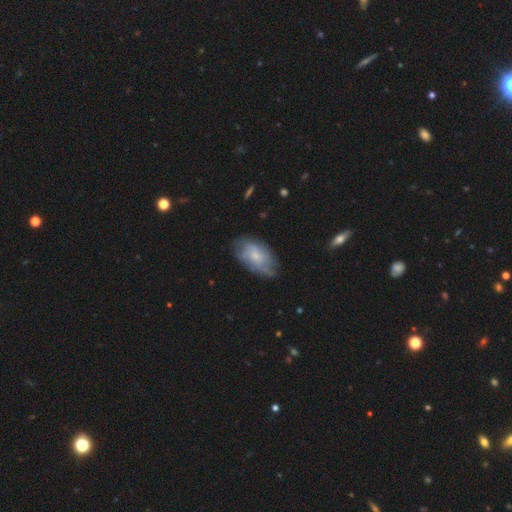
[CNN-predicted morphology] Q: Smooth or featured?
A: smooth (47%); tied with: featured or disk (47%)
Q: Merging?
A: none (63%); runner-up: minor disturbance (27%)